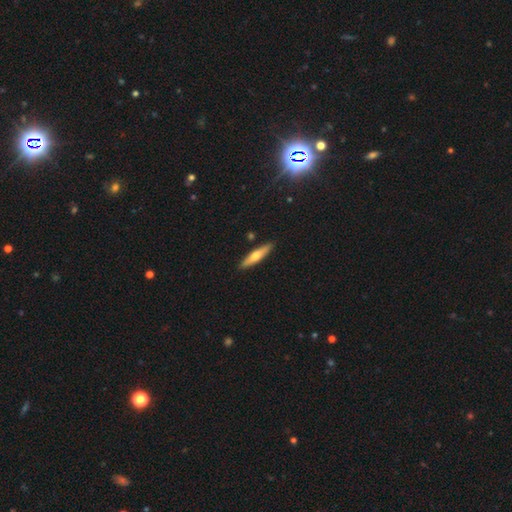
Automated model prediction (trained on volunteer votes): Overall: smooth (54%; featured or disk 41%). How rounded: cigar-shaped (81%). Merging: none (89%).